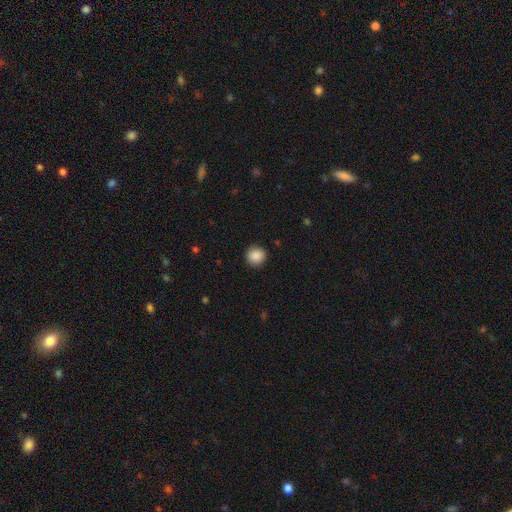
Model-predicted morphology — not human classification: Smooth or featured? Predicted: smooth (p=0.88). How rounded? Predicted: round (p=0.92). Merging? Predicted: none (p=0.89).